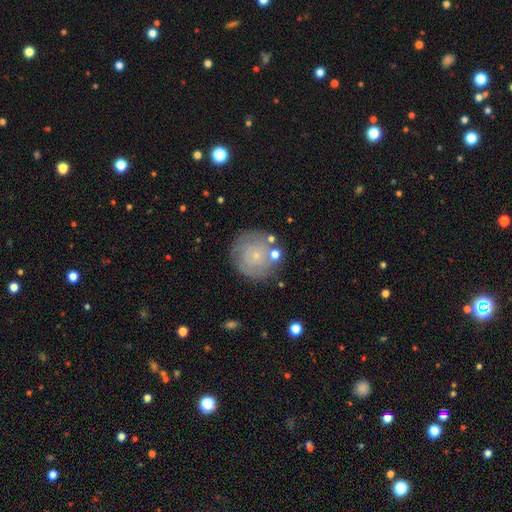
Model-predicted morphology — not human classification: type=featured or disk (56%); edge-on=no (98%); bar=no (85%); spiral arms=yes (73%); bulge=small (85%); merging=none (76%).